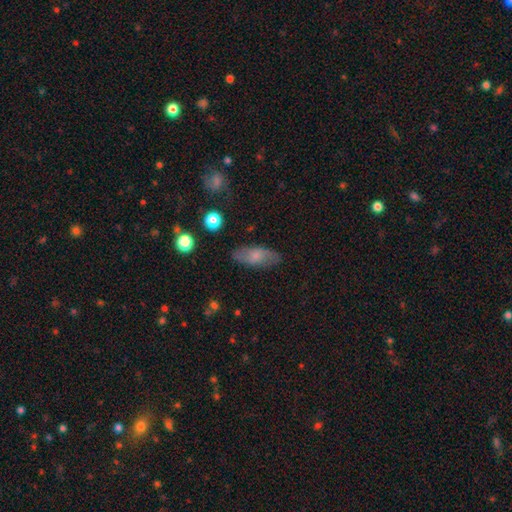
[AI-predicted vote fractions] Morphology: type=smooth (65%); roundness=in between (80%); merging=none (81%).